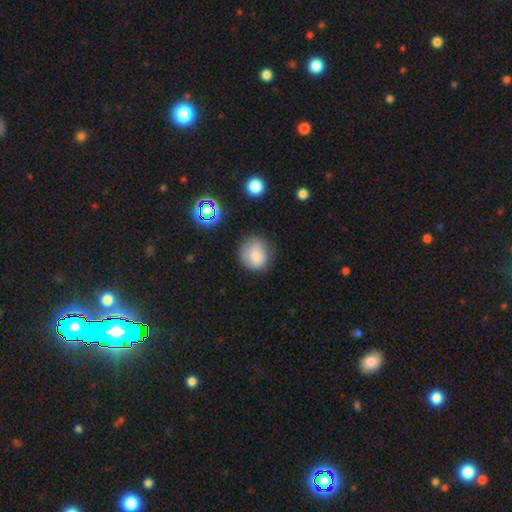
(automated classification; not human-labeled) A smooth galaxy with no disk features (81%) that is round (76%).

Vote fractions:
- Smooth or featured? smooth: 81% / star or artifact: 11% / featured or disk: 9%
- How rounded? round: 76% / in between: 24% / cigar-shaped: 1%
- Merging? none: 71% / minor disturbance: 21% / major disturbance: 6% / merger: 2%